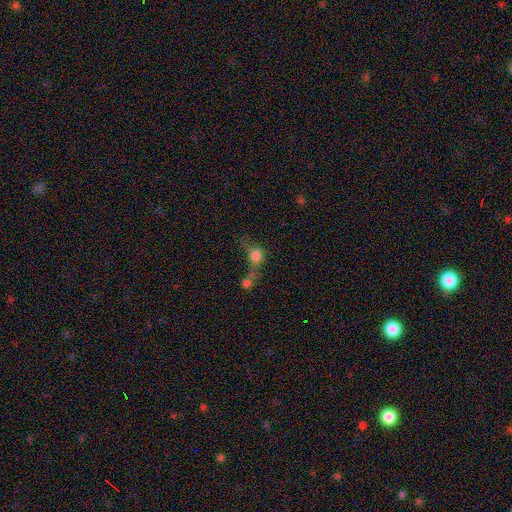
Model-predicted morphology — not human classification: The model was most divided on "how rounded": round: 62%, in between: 34%, cigar-shaped: 4%. More confident: smooth or featured — smooth (67%); merging — merger (52%).